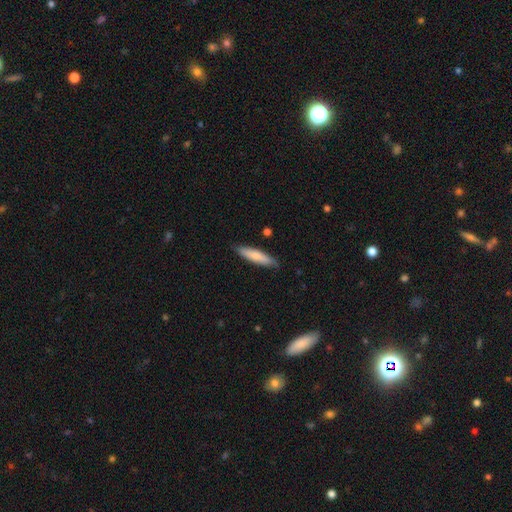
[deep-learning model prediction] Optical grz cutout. It shows a smooth galaxy with no disk features (77%) that is cigar-shaped (80%). Merging: none (86%).